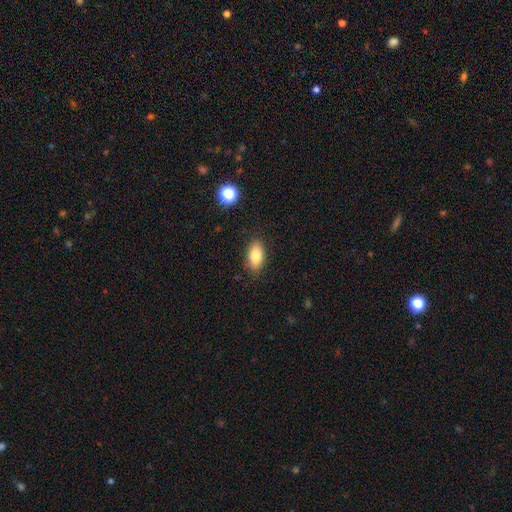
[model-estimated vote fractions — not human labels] A smooth galaxy with no disk features (83%) that is in between round and cigar-shaped (89%). Merging: none (86%).